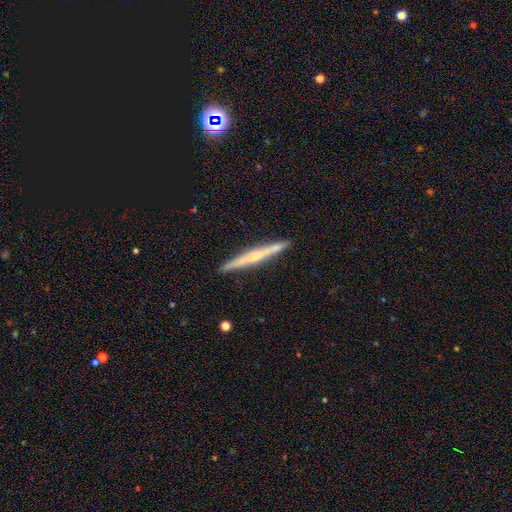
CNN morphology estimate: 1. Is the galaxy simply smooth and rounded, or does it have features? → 65% featured or disk, 29% smooth, 6% star or artifact.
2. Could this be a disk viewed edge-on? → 98% yes, 2% no.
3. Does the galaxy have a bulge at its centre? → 55% rounded, 36% none, 9% boxy.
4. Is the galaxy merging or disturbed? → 92% none, 6% minor disturbance, 1% major disturbance, 1% merger.